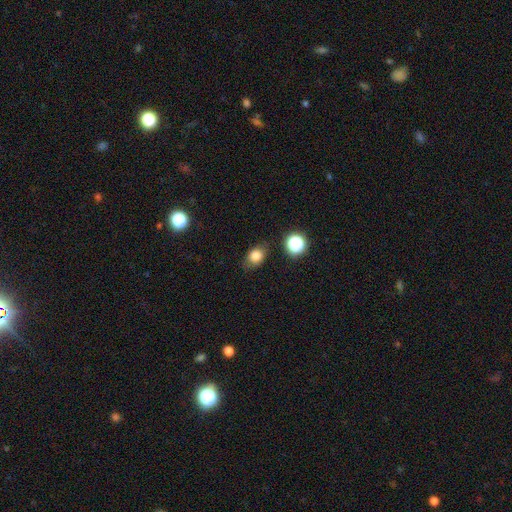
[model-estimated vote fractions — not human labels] This appears to be a smooth galaxy with no disk features (80%) that is in between round and cigar-shaped (63%). Merging: none (77%).